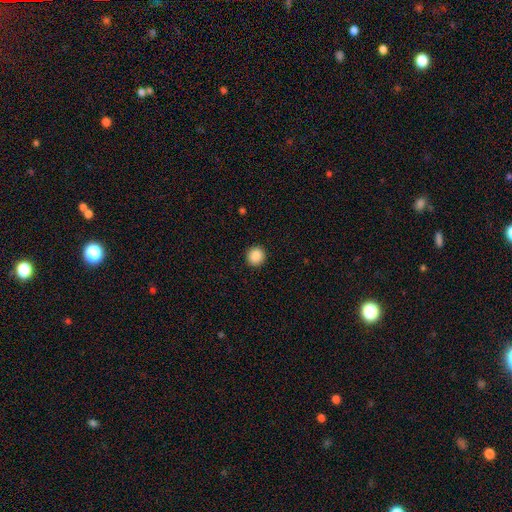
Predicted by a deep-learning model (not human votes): smooth-or-featured: smooth: 89% | star or artifact: 9% | featured or disk: 3%
  how-rounded: round: 93% | in between: 7% | cigar-shaped: 1%
  merging: none: 92% | minor disturbance: 5% | major disturbance: 2% | merger: 1%